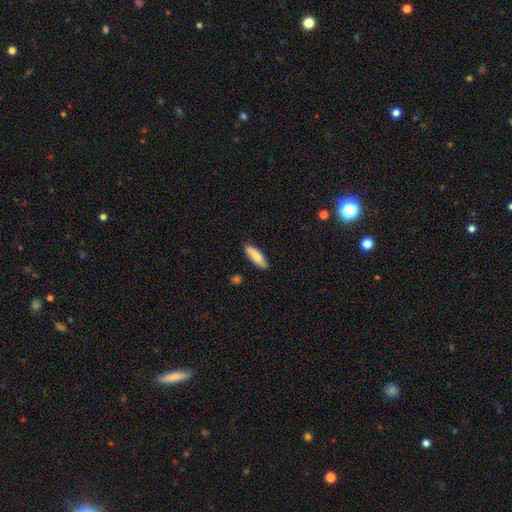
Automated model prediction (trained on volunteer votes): smooth-or-featured: smooth: 84% | featured or disk: 10% | star or artifact: 6%
  how-rounded: cigar-shaped: 49% (tied) | in between: 49% (tied) | round: 2%
  merging: none: 85% | minor disturbance: 12% | major disturbance: 2% | merger: 1%